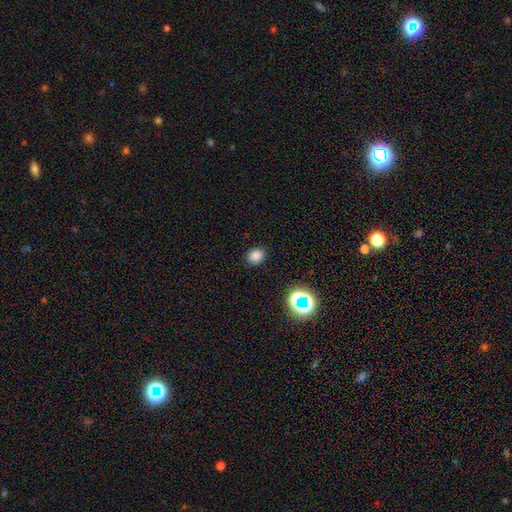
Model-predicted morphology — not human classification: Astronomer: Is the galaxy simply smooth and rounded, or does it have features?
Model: smooth — 81%.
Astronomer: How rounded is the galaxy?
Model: round — 65%.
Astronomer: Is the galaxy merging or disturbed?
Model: none — 89%.